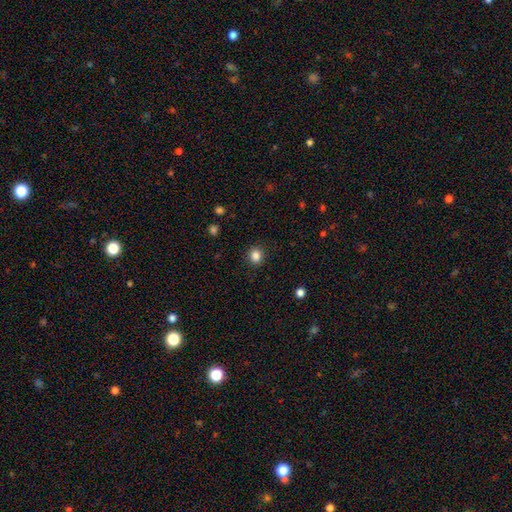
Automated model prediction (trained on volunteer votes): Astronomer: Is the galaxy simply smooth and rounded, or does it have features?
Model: smooth — 85%.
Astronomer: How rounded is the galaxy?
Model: round — 86%.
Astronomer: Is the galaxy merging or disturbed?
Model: none — 90%.